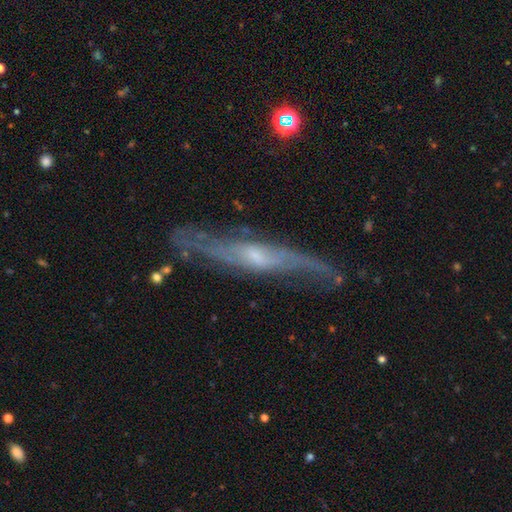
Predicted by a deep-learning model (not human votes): Smooth or featured? Predicted: featured or disk (p=0.79). Edge-on disk? Predicted: yes (p=0.64). Edge-on bulge? Predicted: rounded (p=0.66). Merging? Predicted: none (p=0.68).